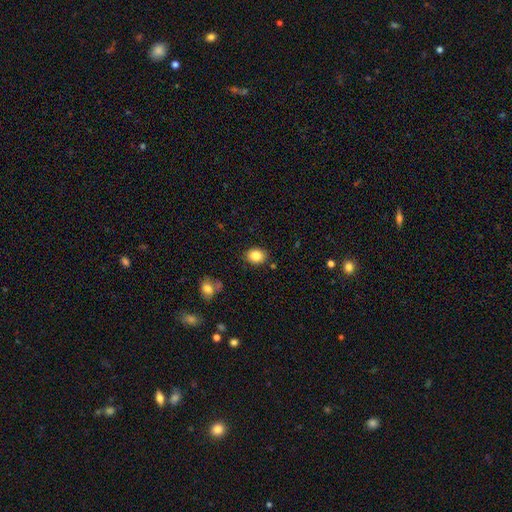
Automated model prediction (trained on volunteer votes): Smooth or featured: smooth — 84% (star or artifact — 9%)
How rounded: round — 50% (in between — 49%)
Merging: none — 86% (minor disturbance — 9%)